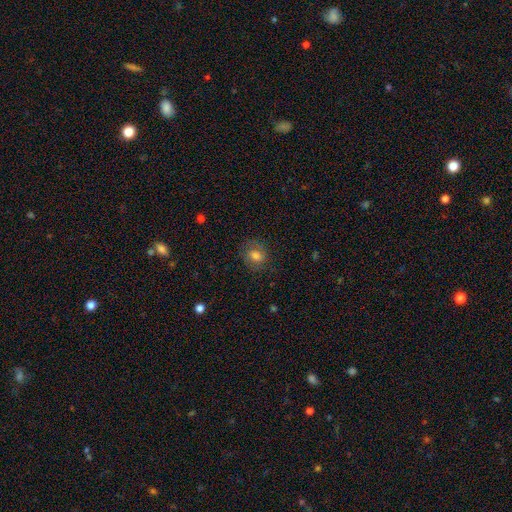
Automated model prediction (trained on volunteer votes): Morphology: type=smooth (65%); roundness=round (56%); merging=none (75%).